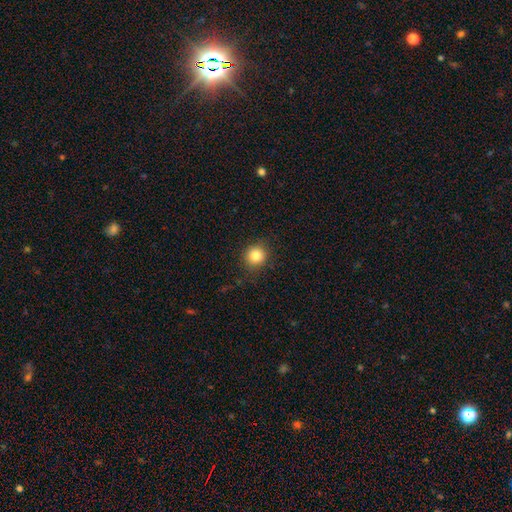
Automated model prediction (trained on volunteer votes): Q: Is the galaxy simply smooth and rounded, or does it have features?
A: smooth — 83%.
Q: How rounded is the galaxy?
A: round — 88%.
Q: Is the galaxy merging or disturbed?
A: none — 87%.